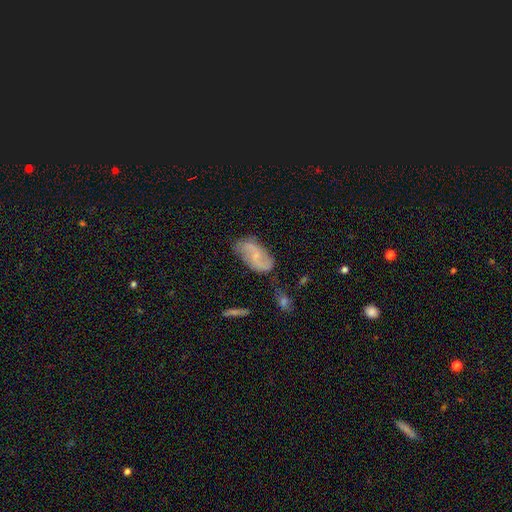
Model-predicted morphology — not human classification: The model was most divided on "spiral winding": loose: 42%, medium: 40%, tight: 18%. Remaining: edge-on disk — no (95%); spiral arms — yes (85%); spiral arm count — 2 (82%); bulge size — small (66%); smooth or featured — featured or disk (64%); merging — none (64%); bar — weak (46%).